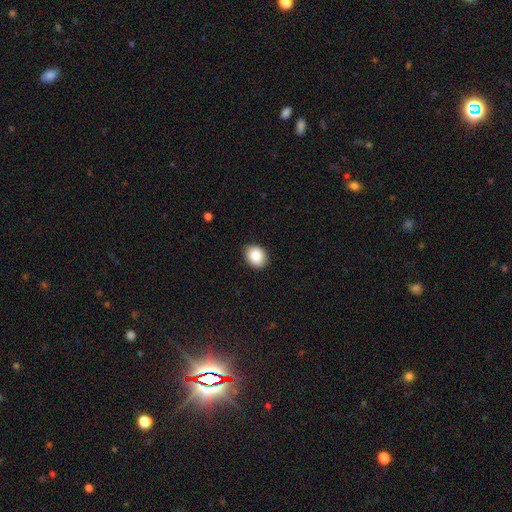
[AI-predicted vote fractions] Smooth or featured? smooth (88%)
How rounded? in between (55%)
Merging? none (88%)